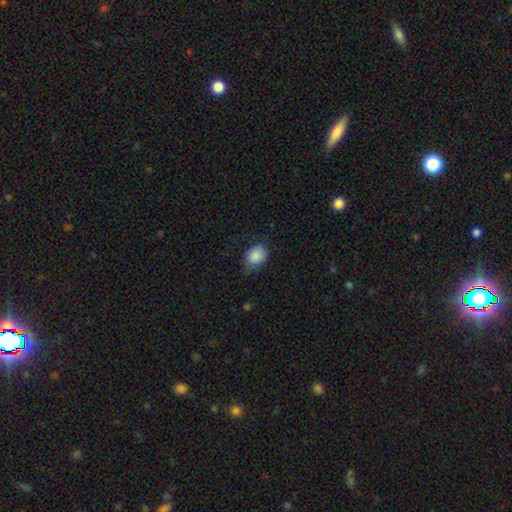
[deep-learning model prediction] Smooth or featured? smooth (86%)
How rounded? in between (65%)
Merging? none (61%)